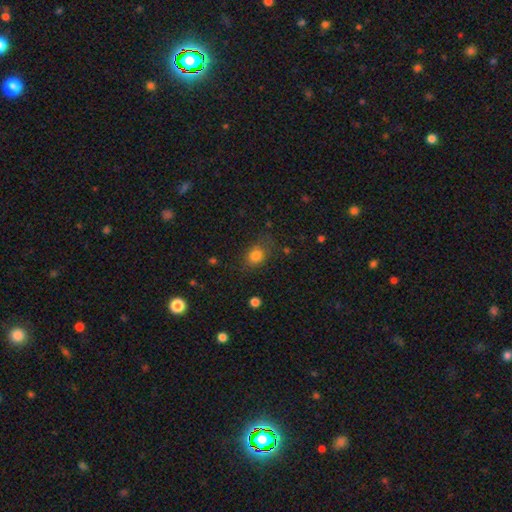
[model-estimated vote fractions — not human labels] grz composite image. It shows a smooth galaxy with no disk features (80%) that is round (50%). Merging: none (70%).